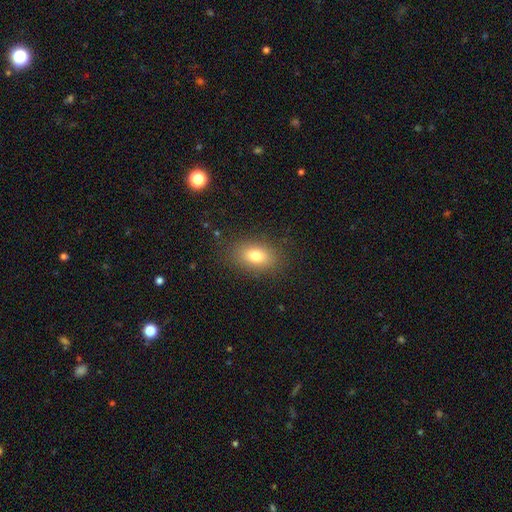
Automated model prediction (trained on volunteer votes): Morphology: type=smooth (78%); roundness=in between (82%); merging=none (85%).